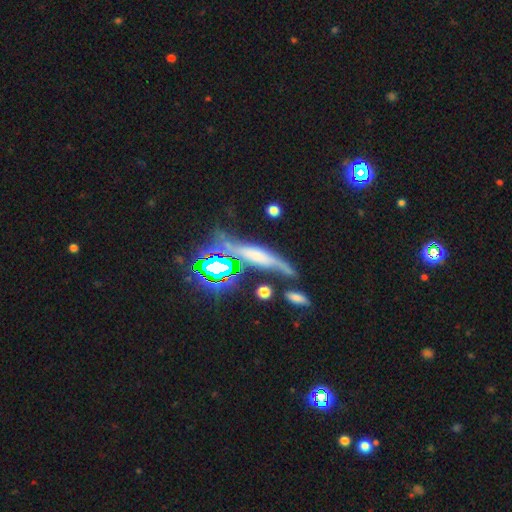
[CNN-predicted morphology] This appears to be a featured or disk galaxy (44%). Merging: none (58%).